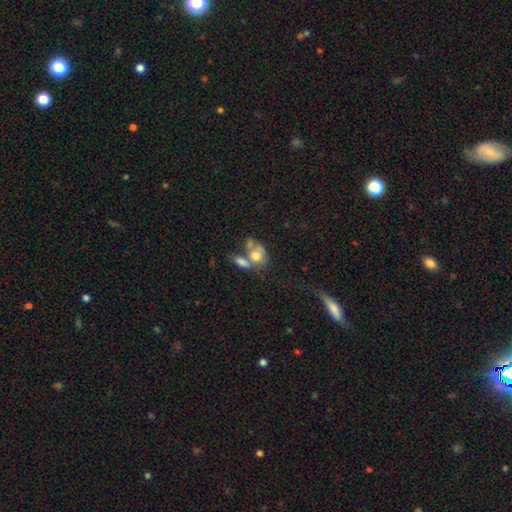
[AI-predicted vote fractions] This is likely a smooth galaxy (66%). How rounded: likely in between (64%). Merging: possibly merger (57%).